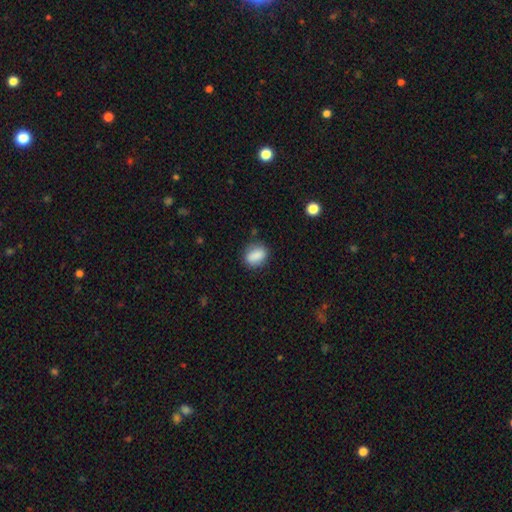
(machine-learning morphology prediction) A smooth galaxy with no disk features (86%) that is in between round and cigar-shaped (70%). Merging: none (80%).